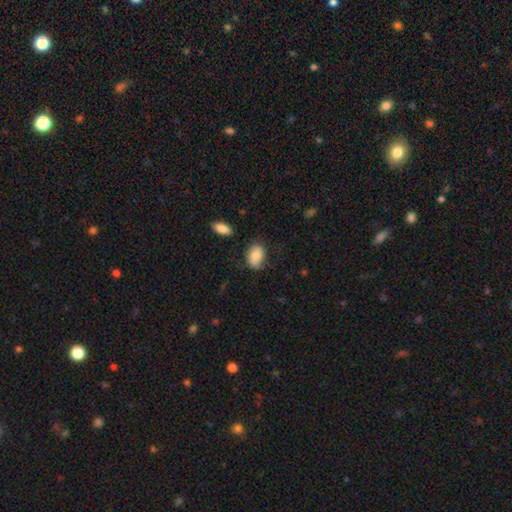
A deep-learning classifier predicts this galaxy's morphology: Smooth or featured?
  - smooth: 83% *
  - featured or disk: 10%
  - star or artifact: 7%
How rounded?
  - in between: 84% *
  - round: 15%
  - cigar-shaped: 1%
Merging?
  - none: 70% *
  - minor disturbance: 22%
  - major disturbance: 5%
  - merger: 3%